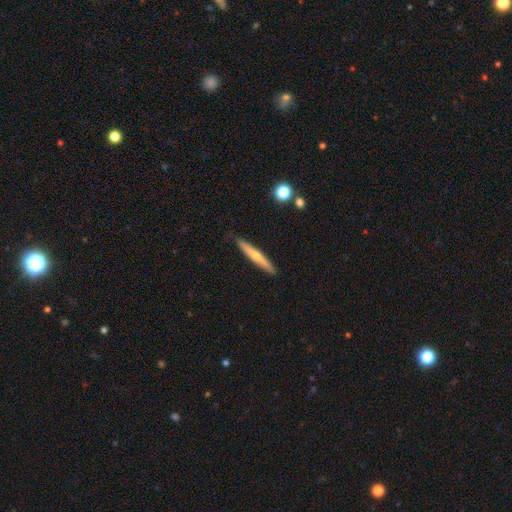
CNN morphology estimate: Q: Smooth or featured?
A: smooth (51%); runner-up: featured or disk (43%)
Q: How rounded?
A: cigar-shaped (94%); runner-up: in between (4%)
Q: Merging?
A: none (87%); runner-up: minor disturbance (10%)